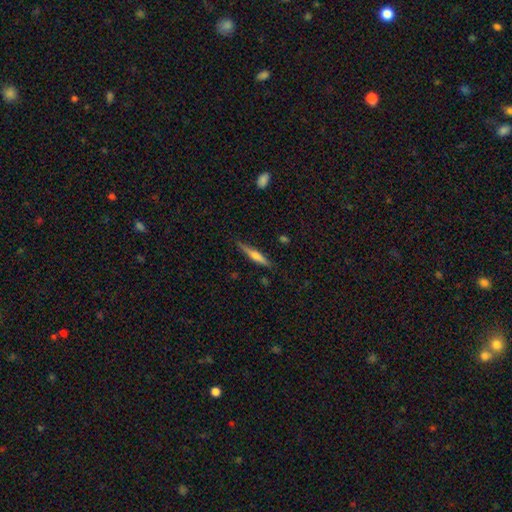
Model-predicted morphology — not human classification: Smooth or featured? featured or disk (48%)
Merging? none (85%)